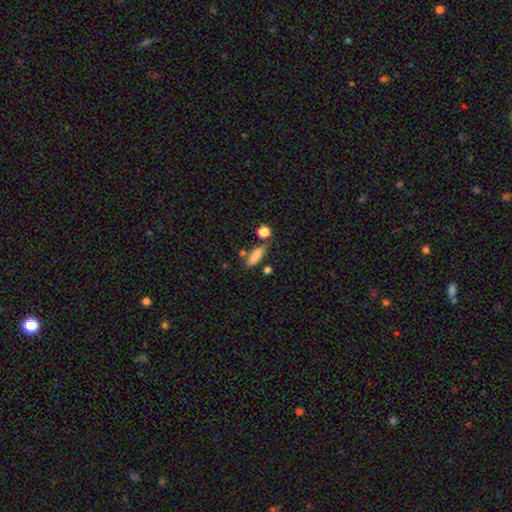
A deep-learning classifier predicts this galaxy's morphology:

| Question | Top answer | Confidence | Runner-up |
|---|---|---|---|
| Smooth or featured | smooth | 82% | featured or disk (9%) |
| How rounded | in between | 59% | cigar-shaped (37%) |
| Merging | none | 67% | minor disturbance (17%) |